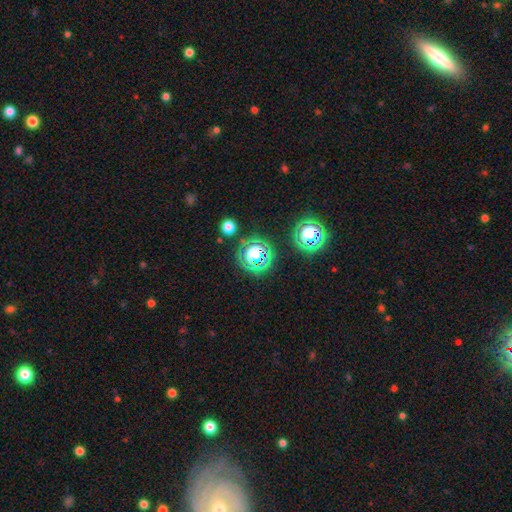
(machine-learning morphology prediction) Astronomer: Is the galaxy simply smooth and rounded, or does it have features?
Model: star or artifact — 53% (runner-up: smooth, 33%).